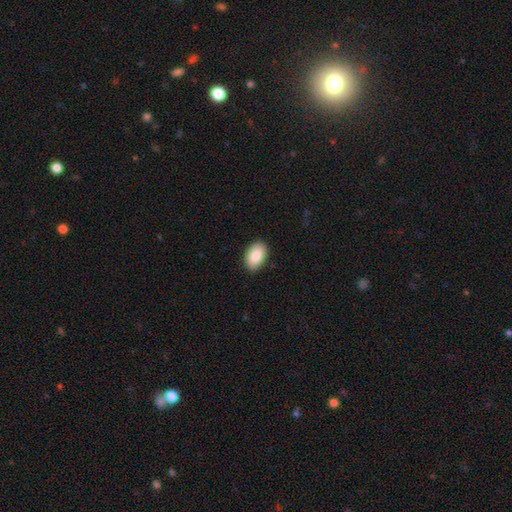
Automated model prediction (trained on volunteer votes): This is clearly a smooth galaxy (87%). How rounded: clearly in between (92%). Merging: clearly none (88%).